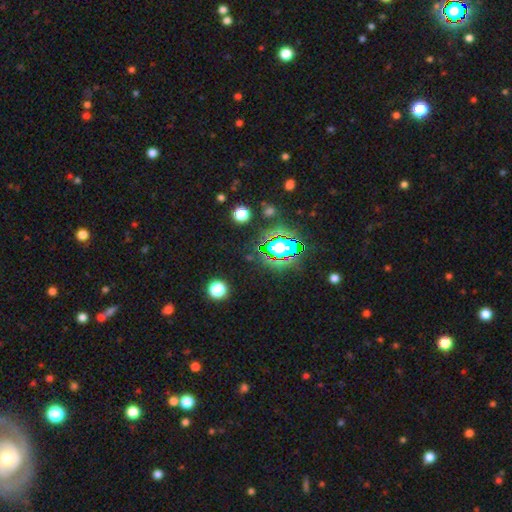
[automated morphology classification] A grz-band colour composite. It shows a star or artifact, not a galaxy (81%).